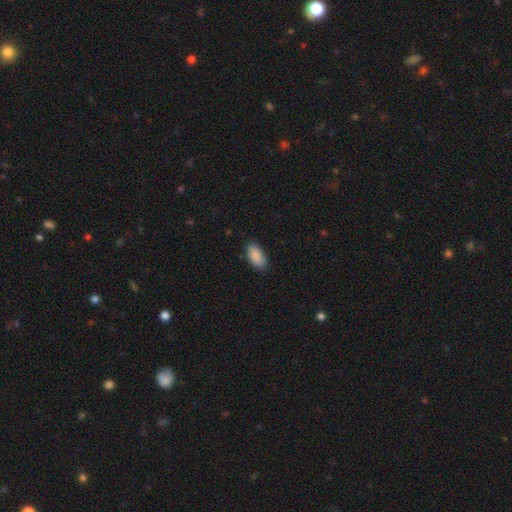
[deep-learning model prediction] smooth 90%, star or artifact 7%, featured or disk 4%. Down the decision tree: how rounded — in between (94%); merging — none (86%).